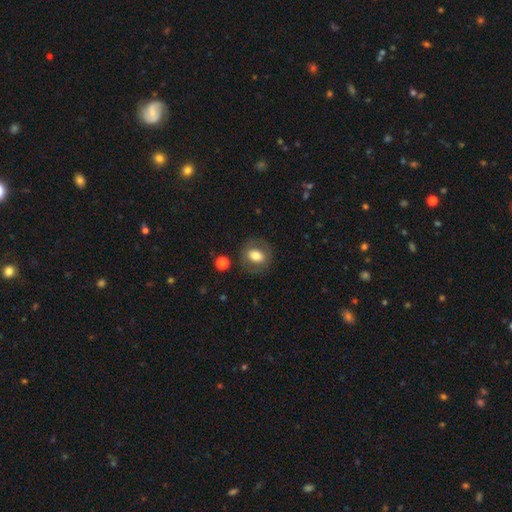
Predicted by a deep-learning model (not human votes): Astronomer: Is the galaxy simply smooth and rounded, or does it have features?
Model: smooth — 67%.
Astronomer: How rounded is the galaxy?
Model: in between — 52% (runner-up: round, 47%).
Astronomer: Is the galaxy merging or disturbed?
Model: none — 79%.